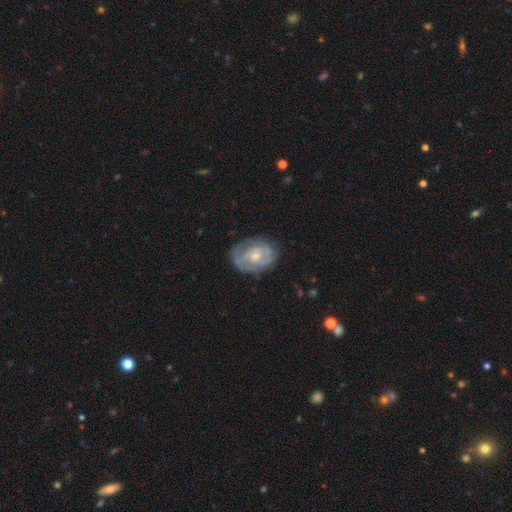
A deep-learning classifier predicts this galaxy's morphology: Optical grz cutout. It shows a featured or disk galaxy (70%) with no bar (74%), spiral arms (72%) and a small central bulge (57%). Merging: none (64%).